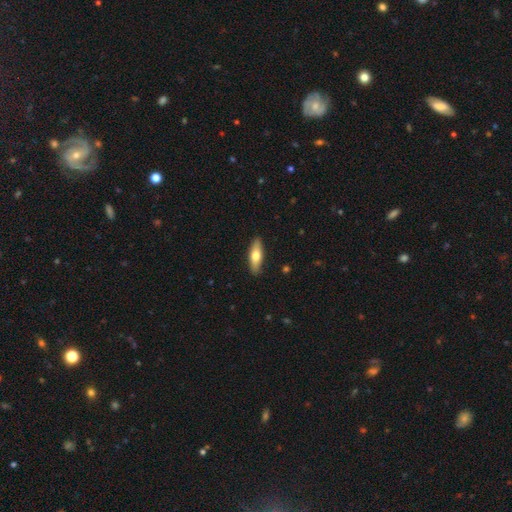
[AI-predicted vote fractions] Smooth or featured: smooth — 63% (featured or disk — 31%)
How rounded: in between — 50% (cigar-shaped — 48%)
Merging: none — 89% (minor disturbance — 8%)